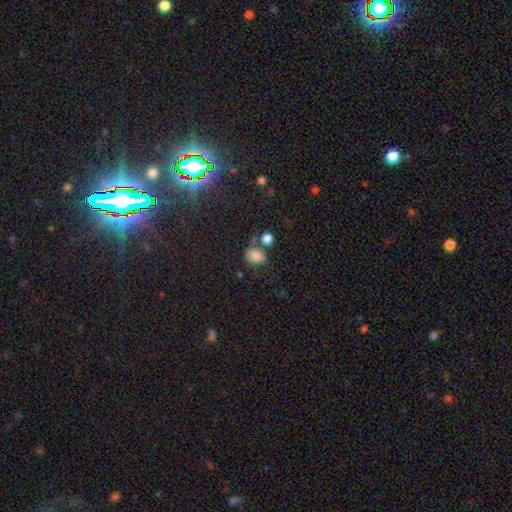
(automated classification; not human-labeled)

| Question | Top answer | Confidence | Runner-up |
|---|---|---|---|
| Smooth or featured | smooth | 81% | star or artifact (13%) |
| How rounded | in between | 67% | round (32%) |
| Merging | none | 57% | merger (19%) |